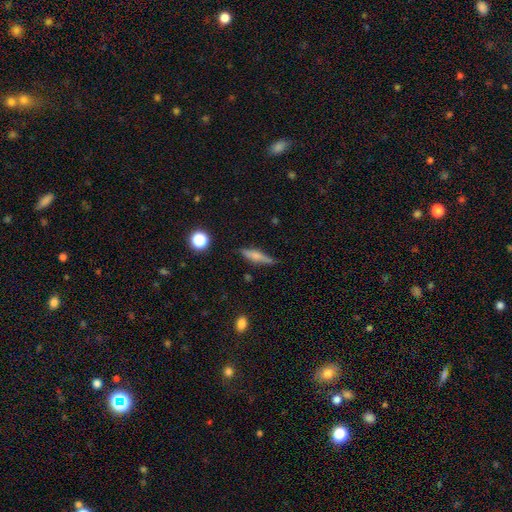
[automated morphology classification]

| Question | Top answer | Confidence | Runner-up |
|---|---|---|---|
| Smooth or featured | smooth | 54% | featured or disk (37%) |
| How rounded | cigar-shaped | 75% | in between (22%) |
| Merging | none | 78% | minor disturbance (16%) |